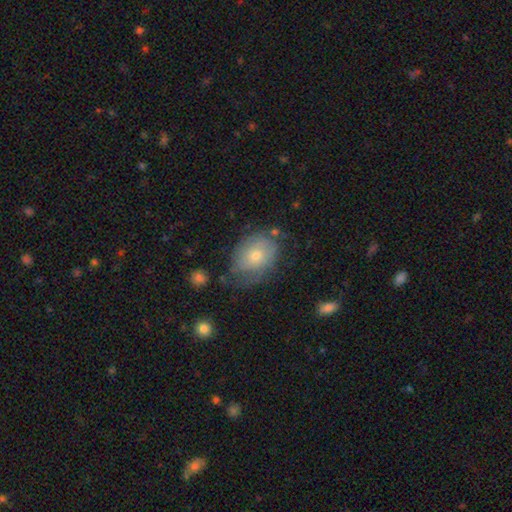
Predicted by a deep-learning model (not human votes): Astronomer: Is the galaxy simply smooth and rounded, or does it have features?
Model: smooth — 53% (runner-up: featured or disk, 38%).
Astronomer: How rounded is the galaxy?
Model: in between — 62%.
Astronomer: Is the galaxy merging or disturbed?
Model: none — 50% (runner-up: minor disturbance, 31%).